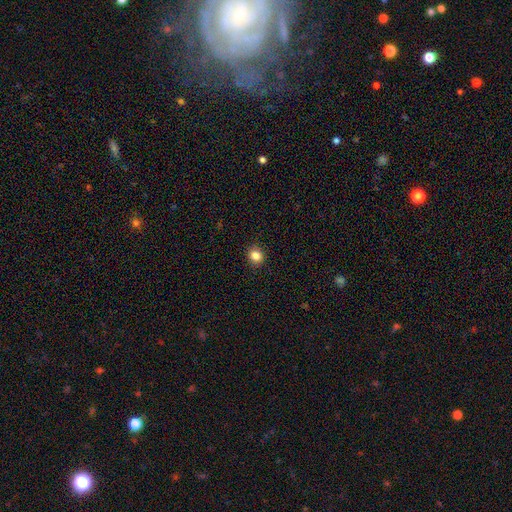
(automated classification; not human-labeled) Smooth or featured? smooth (84%)
How rounded? round (77%)
Merging? none (91%)